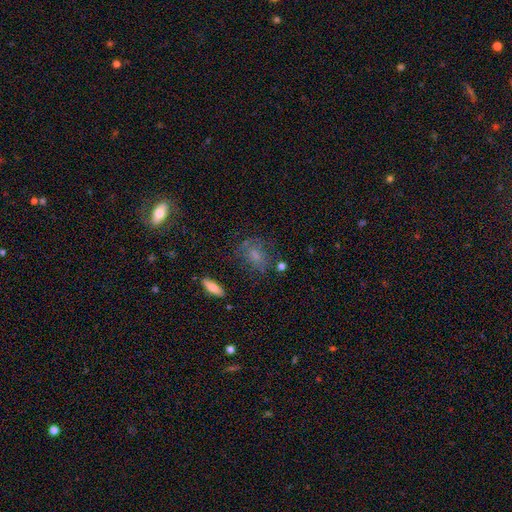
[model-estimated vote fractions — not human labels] Morphology: type=smooth (54%); roundness=in between (65%); merging=none (55%).